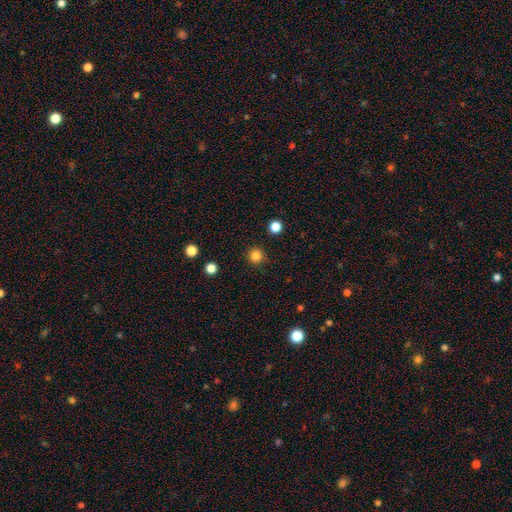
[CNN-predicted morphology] A smooth galaxy with no disk features (83%) that is round (96%).

Vote fractions:
- Smooth or featured? smooth: 83% / star or artifact: 13% / featured or disk: 3%
- How rounded? round: 96% / in between: 3% / cigar-shaped: 1%
- Merging? none: 92% / minor disturbance: 5% / major disturbance: 2% / merger: 1%